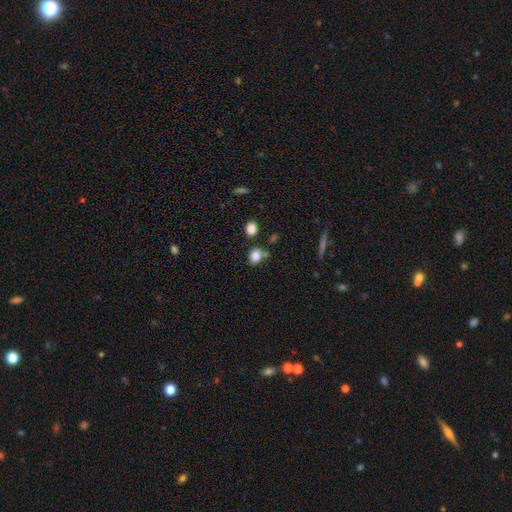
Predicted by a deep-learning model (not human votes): smooth-or-featured: smooth: 83% | star or artifact: 11% | featured or disk: 6%
  how-rounded: round: 50% | in between: 49% | cigar-shaped: 2%
  merging: none: 65% | merger: 17% | minor disturbance: 13% | major disturbance: 4%